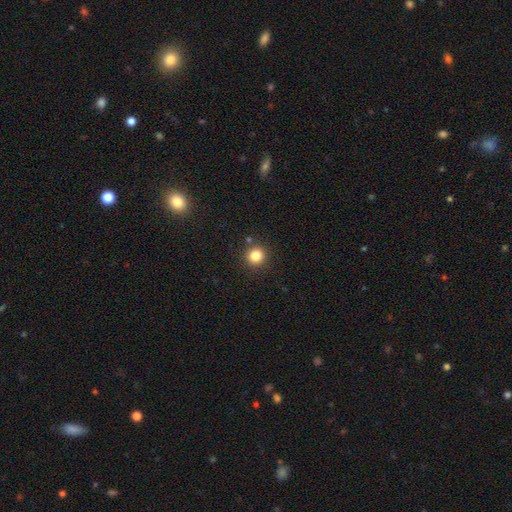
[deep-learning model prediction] smooth_or_featured: smooth (p=0.83) [alt: star or artifact p=0.12]
how_rounded: round (p=0.93) [alt: in between p=0.06]
merging: none (p=0.88) [alt: minor disturbance p=0.06]